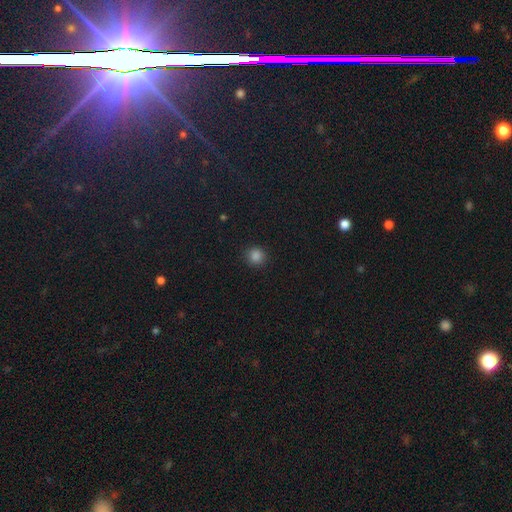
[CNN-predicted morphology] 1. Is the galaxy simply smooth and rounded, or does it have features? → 84% smooth, 13% star or artifact, 3% featured or disk.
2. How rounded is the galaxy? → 89% round, 10% in between, 1% cigar-shaped.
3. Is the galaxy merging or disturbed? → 89% none, 7% minor disturbance, 2% major disturbance, 1% merger.